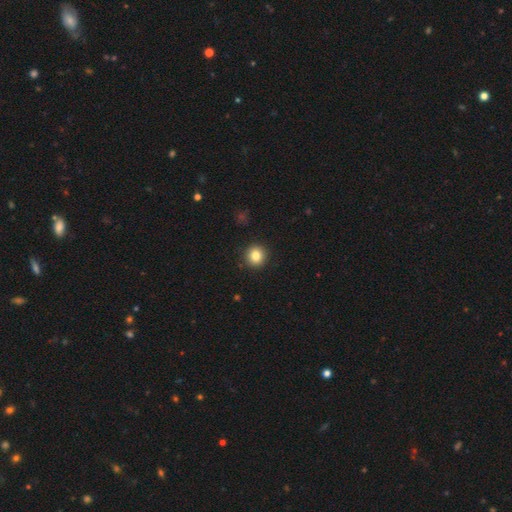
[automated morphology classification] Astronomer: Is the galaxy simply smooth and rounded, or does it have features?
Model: smooth — 83%.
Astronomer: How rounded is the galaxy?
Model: round — 92%.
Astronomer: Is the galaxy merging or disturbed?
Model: none — 92%.